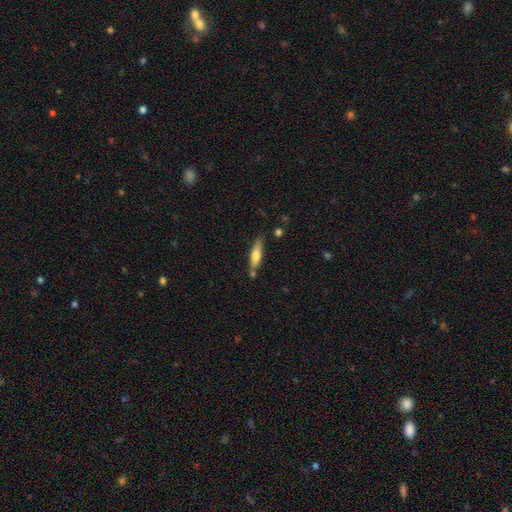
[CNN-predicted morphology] smooth-or-featured: smooth: 59% | featured or disk: 35% | star or artifact: 6%
  how-rounded: cigar-shaped: 71% | in between: 27% | round: 2%
  merging: none: 71% | minor disturbance: 17% | merger: 9% | major disturbance: 3%